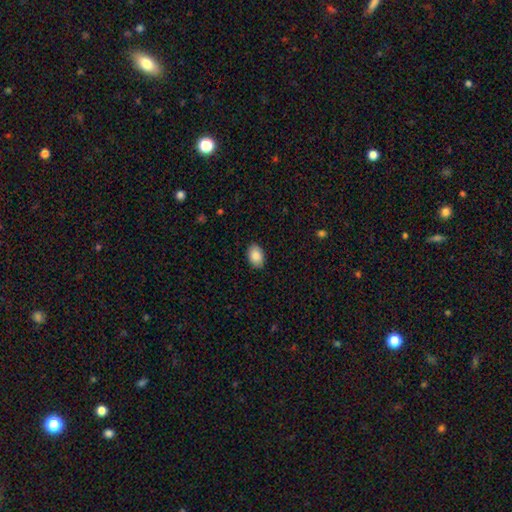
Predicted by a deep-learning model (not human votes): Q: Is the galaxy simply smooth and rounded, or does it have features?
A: smooth — 89%.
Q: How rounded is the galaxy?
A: in between — 85%.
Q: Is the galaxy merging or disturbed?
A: none — 87%.